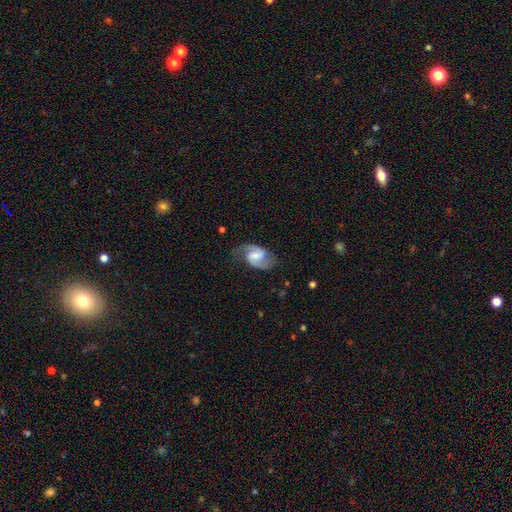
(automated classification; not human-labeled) smooth_or_featured: featured or disk (p=0.86) [alt: smooth p=0.09]
disk_edge_on: no (p=0.98) [alt: yes p=0.02]
bar: weak (p=0.55) [alt: no p=0.25]
has_spiral_arms: yes (p=0.97) [alt: no p=0.03]
spiral_winding: medium (p=0.55) [alt: loose p=0.28]
spiral_arm_count: 2 (p=0.92) [alt: can't tell p=0.03]
bulge_size: moderate (p=0.41) [alt: small p=0.39]
merging: none (p=0.77) [alt: minor disturbance p=0.16]